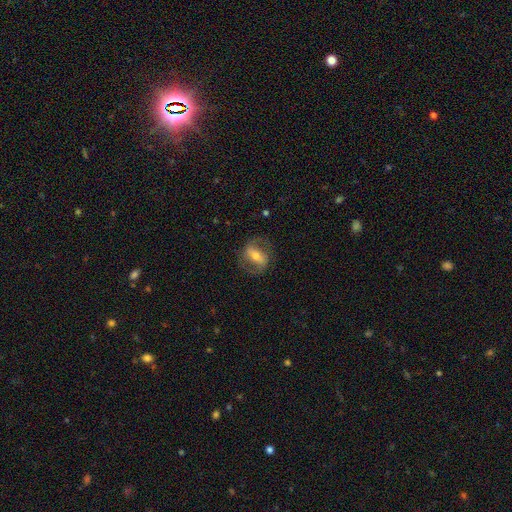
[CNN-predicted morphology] A featured or disk galaxy (65%) with a strong bar (56%), spiral arms (72%) and a moderate central bulge (53%). Merging: none (74%).